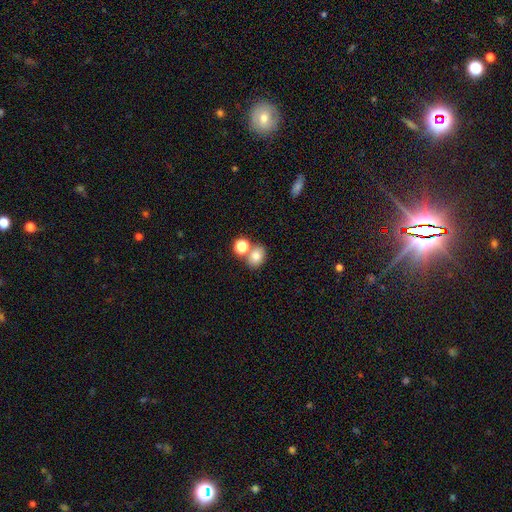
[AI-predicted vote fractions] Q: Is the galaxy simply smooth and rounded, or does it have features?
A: smooth — 77%.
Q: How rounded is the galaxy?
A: round — 52%.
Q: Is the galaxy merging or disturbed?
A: none — 58%.